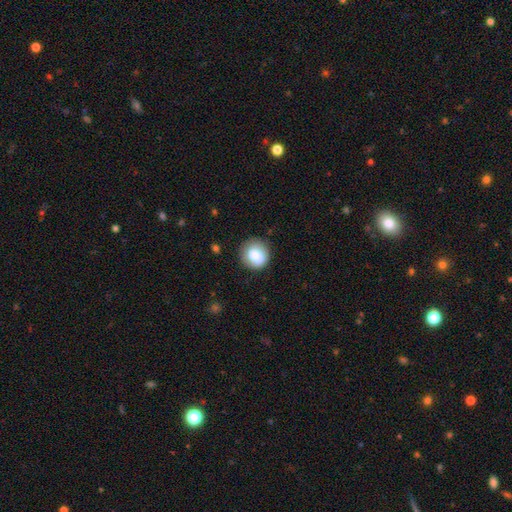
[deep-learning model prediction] Smooth or featured: smooth — 80% (featured or disk — 13%)
How rounded: round — 83% (in between — 16%)
Merging: none — 77% (minor disturbance — 16%)